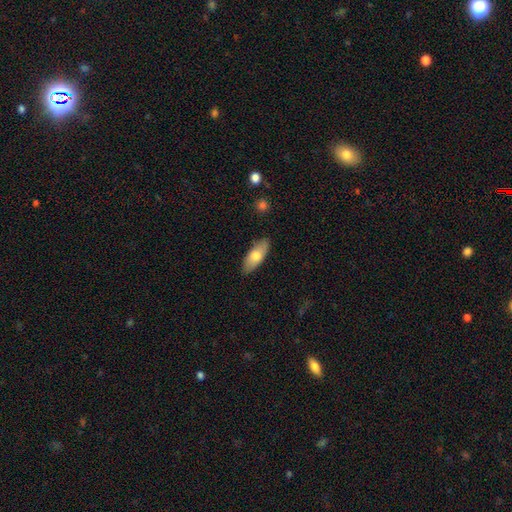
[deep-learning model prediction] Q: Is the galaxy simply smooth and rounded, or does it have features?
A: smooth — 73%.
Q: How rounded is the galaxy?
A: in between — 80%.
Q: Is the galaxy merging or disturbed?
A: none — 85%.